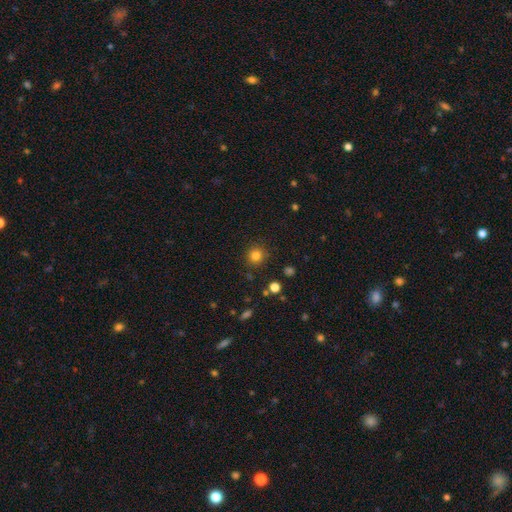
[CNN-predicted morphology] Smooth or featured?
  - smooth: 82% *
  - star or artifact: 13%
  - featured or disk: 5%
How rounded?
  - round: 92% *
  - in between: 7%
  - cigar-shaped: 1%
Merging?
  - none: 88% *
  - minor disturbance: 8%
  - major disturbance: 3%
  - merger: 2%